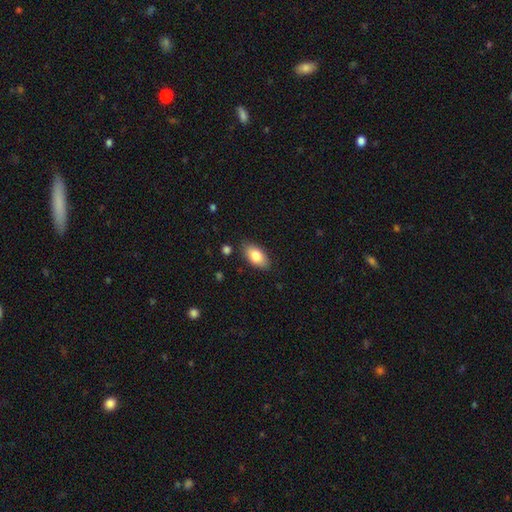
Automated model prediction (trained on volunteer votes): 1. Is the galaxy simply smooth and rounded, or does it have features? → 81% smooth, 13% featured or disk, 7% star or artifact.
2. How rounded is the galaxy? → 92% in between, 4% round, 4% cigar-shaped.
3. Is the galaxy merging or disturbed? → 84% none, 12% minor disturbance, 2% major disturbance, 1% merger.